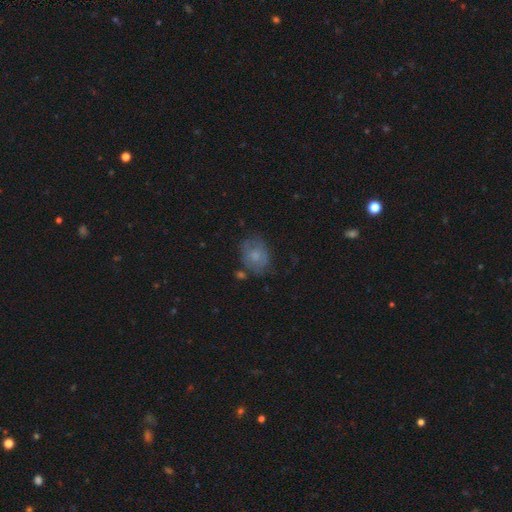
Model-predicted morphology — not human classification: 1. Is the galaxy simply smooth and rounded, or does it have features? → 59% smooth, 32% featured or disk, 9% star or artifact.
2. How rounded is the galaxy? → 60% in between, 39% round, 1% cigar-shaped.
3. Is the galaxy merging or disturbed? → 61% none, 25% minor disturbance, 10% major disturbance, 5% merger.